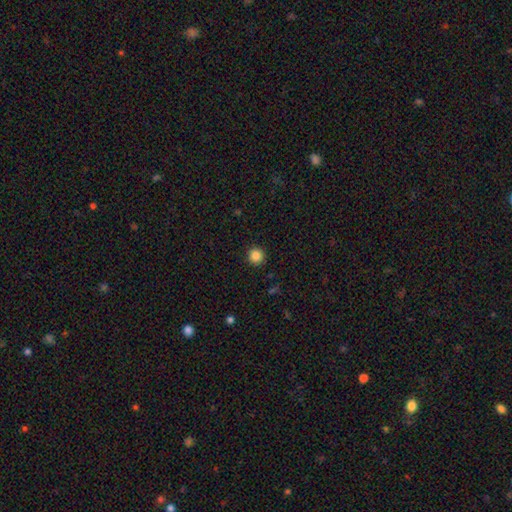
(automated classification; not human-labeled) Smooth or featured?
  - smooth: 86% *
  - star or artifact: 11%
  - featured or disk: 3%
How rounded?
  - round: 95% *
  - in between: 4%
  - cigar-shaped: 1%
Merging?
  - none: 93% *
  - minor disturbance: 5%
  - major disturbance: 2%
  - merger: 1%